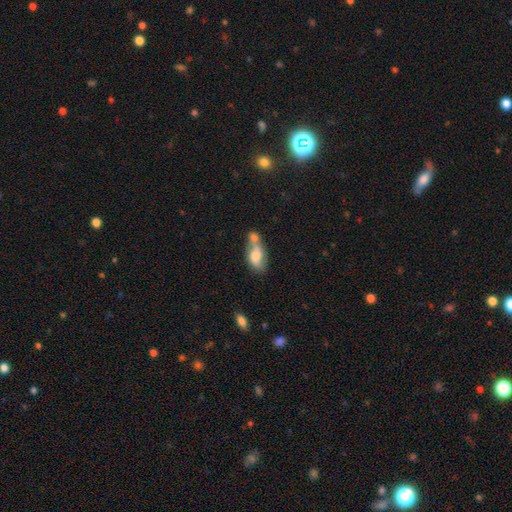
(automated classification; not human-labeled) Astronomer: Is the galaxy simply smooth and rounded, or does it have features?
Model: smooth — 69%.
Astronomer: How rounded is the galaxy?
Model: in between — 85%.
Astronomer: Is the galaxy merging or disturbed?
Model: merger — 54%.